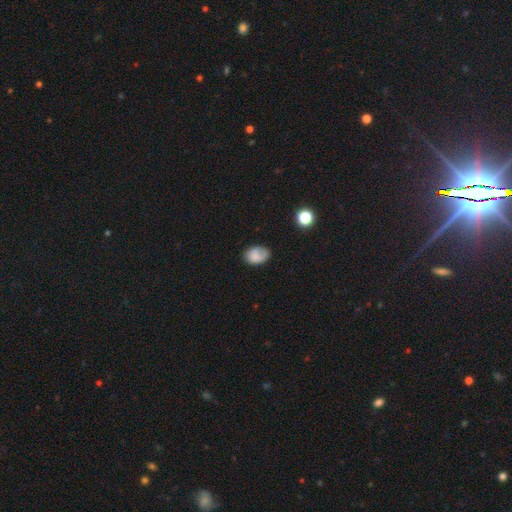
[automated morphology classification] This appears to be a smooth galaxy with no disk features (78%) that is in between round and cigar-shaped (80%). Merging: none (61%).